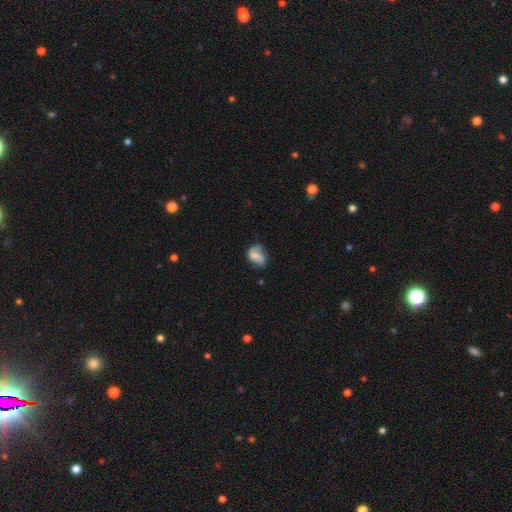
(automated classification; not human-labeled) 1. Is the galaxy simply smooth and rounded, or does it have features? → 49% featured or disk, 42% smooth, 9% star or artifact.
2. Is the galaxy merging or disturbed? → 40% none, 29% minor disturbance, 26% major disturbance, 5% merger.